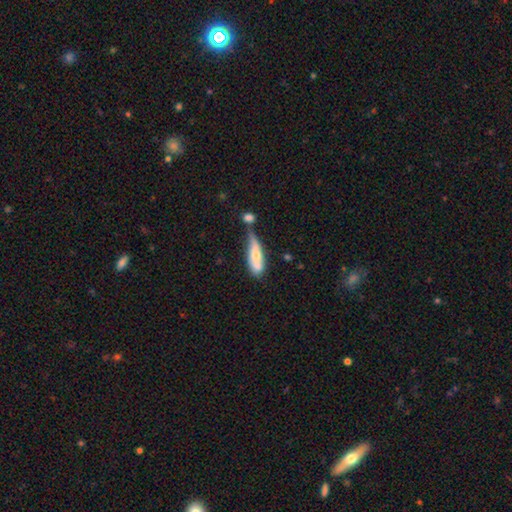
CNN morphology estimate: type=smooth (57%); roundness=in between (54%); merging=merger (35%).